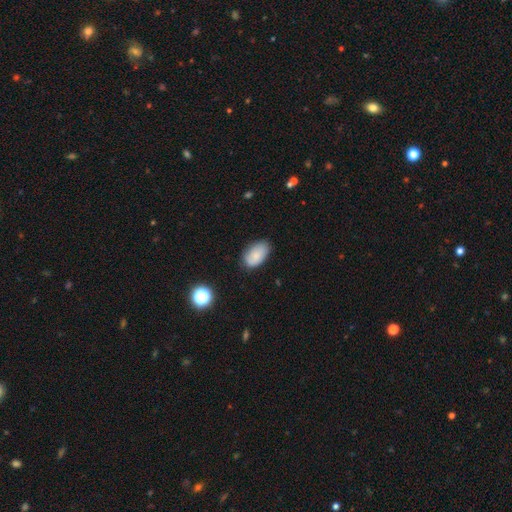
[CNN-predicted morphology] type=smooth (82%); roundness=in between (93%); merging=none (75%).